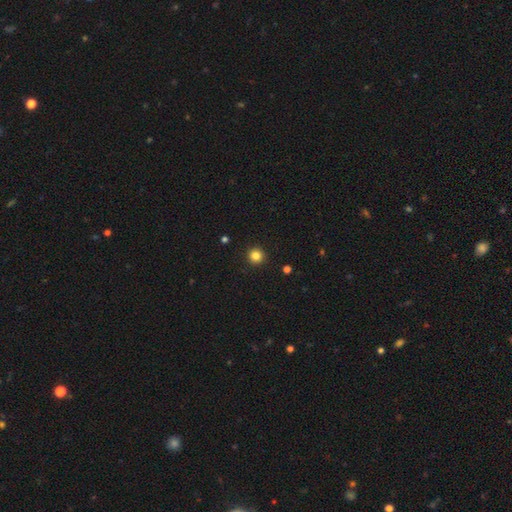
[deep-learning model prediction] smooth_or_featured: smooth (p=0.83) [alt: star or artifact p=0.12]
how_rounded: round (p=0.95) [alt: in between p=0.04]
merging: none (p=0.93) [alt: minor disturbance p=0.04]